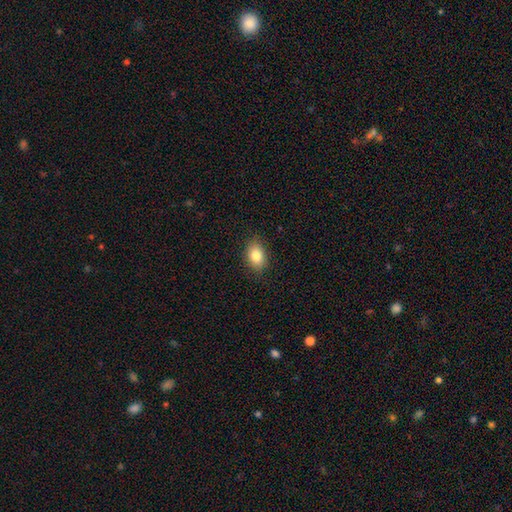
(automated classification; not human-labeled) Smooth or featured: smooth — 82% (featured or disk — 9%)
How rounded: in between — 80% (round — 19%)
Merging: none — 87% (minor disturbance — 10%)